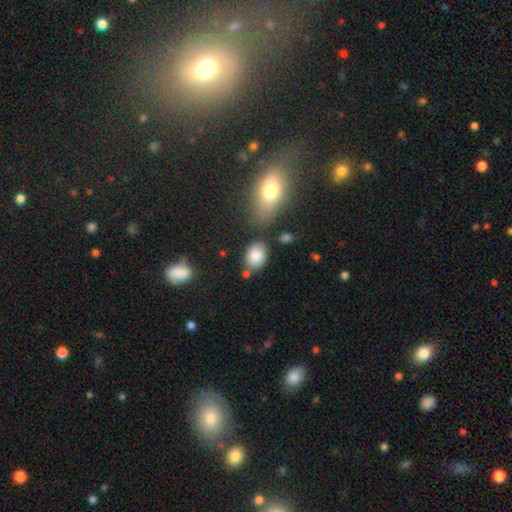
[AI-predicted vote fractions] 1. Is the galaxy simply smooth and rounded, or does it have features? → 84% smooth, 8% star or artifact, 8% featured or disk.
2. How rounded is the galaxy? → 71% in between, 28% round, 1% cigar-shaped.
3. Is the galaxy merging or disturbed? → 68% none, 16% minor disturbance, 11% merger, 5% major disturbance.